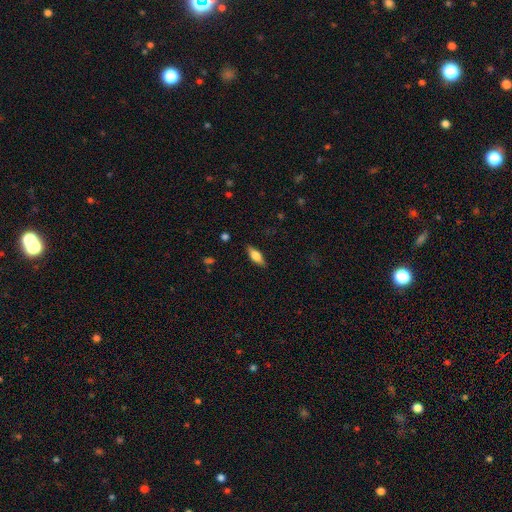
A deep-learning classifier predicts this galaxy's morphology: smooth 65%, featured or disk 29%, star or artifact 7%. Down the decision tree: how rounded — in between (71%); merging — none (85%).